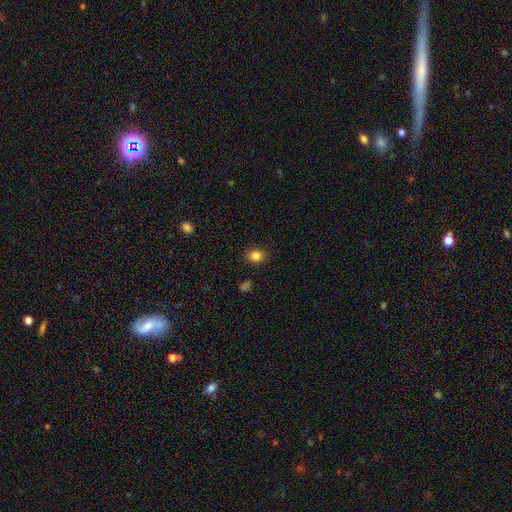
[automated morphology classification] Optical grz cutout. It shows a smooth galaxy with no disk features (83%) that is round (74%). Merging: none (88%).